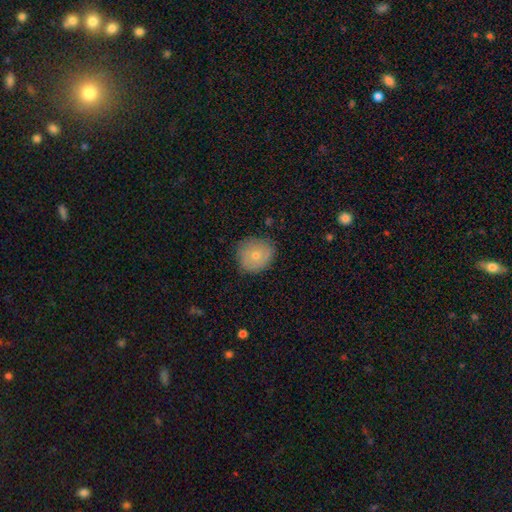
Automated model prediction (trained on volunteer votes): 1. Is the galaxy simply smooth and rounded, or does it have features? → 67% smooth, 25% featured or disk, 8% star or artifact.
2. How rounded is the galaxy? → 81% round, 18% in between, 1% cigar-shaped.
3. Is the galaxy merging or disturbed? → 76% none, 19% minor disturbance, 4% major disturbance, 1% merger.